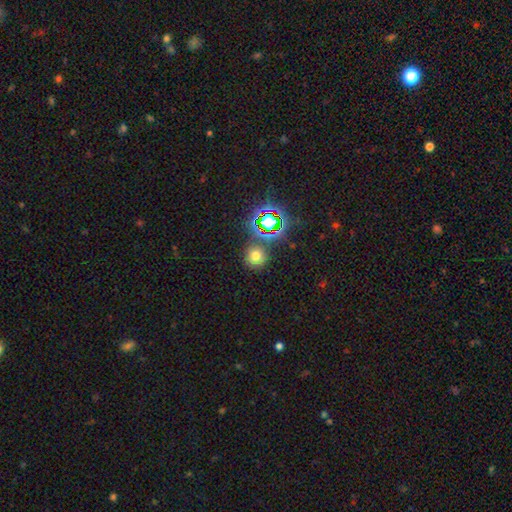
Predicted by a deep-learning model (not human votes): This is likely a smooth galaxy (66%). How rounded: clearly round (91%). Merging: clearly none (80%).